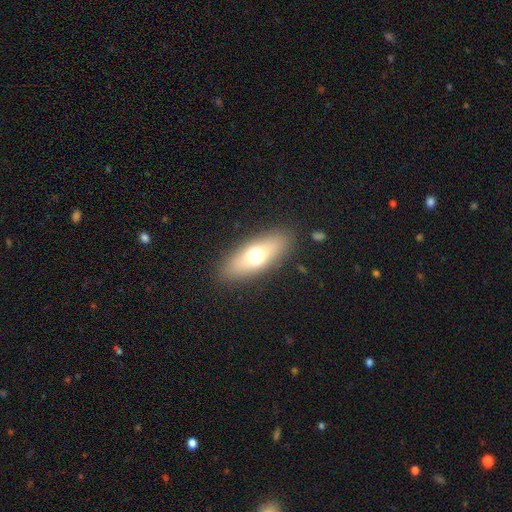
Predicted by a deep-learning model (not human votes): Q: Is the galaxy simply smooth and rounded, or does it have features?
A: smooth — 63%.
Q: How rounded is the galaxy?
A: in between — 70%.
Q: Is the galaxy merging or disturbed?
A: none — 87%.